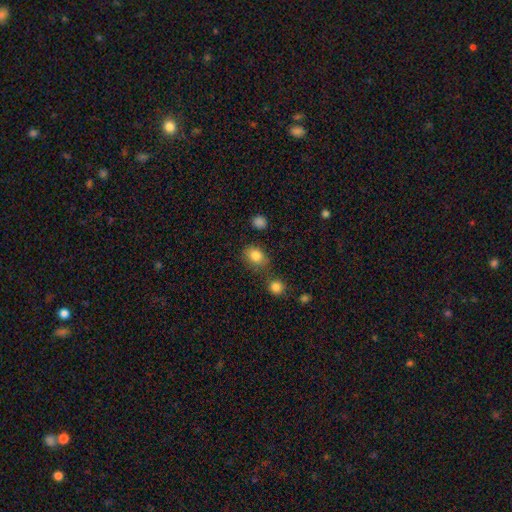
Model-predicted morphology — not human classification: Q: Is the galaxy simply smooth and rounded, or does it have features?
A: smooth — 84%.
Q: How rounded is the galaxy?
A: in between — 53%.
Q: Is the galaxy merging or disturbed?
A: none — 72%.